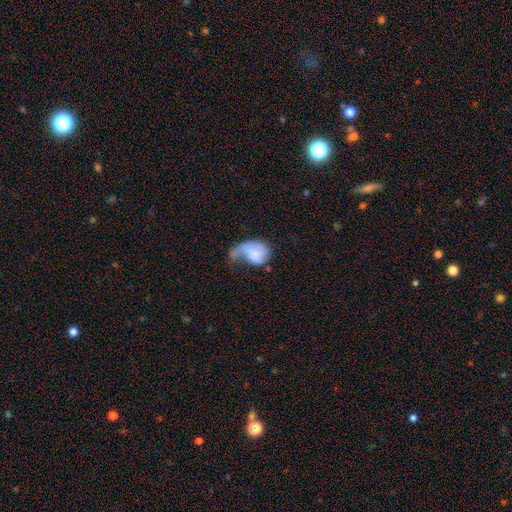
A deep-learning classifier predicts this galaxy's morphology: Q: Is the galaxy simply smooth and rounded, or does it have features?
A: smooth — 61%.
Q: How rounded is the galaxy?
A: in between — 66%.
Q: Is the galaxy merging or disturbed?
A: major disturbance — 60%.